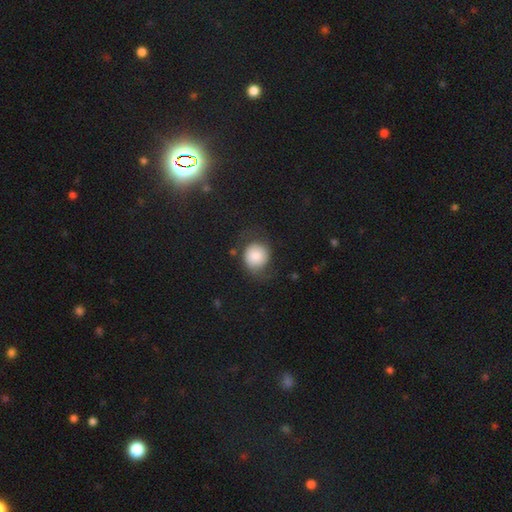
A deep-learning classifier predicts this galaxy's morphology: Overall: smooth (74%). How rounded: round (81%). Merging: none (62%).